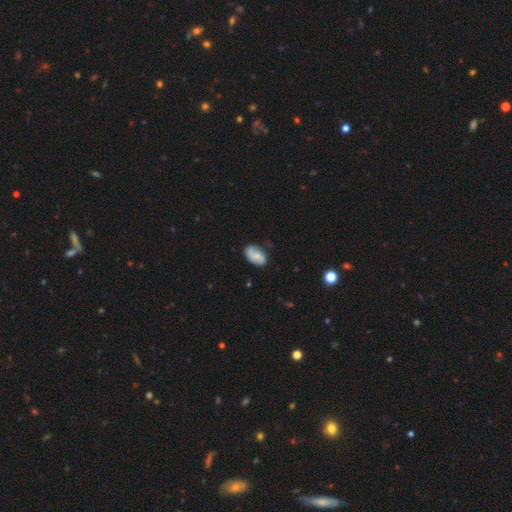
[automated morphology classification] This appears to be a smooth galaxy with no disk features (57%) that is in between round and cigar-shaped (91%). Merging: none (69%).